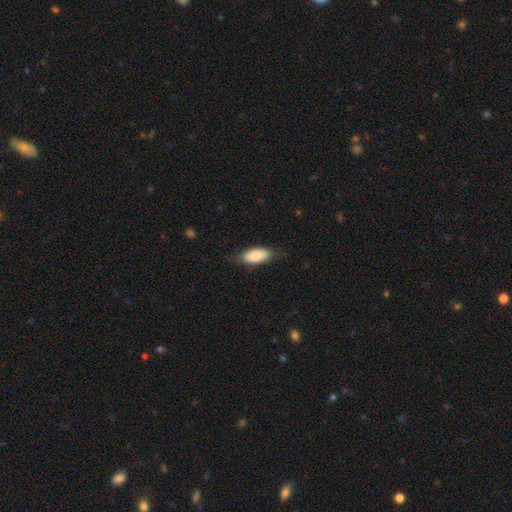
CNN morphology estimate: A smooth galaxy with no disk features (83%) that is in between round and cigar-shaped (86%). Merging: none (74%).